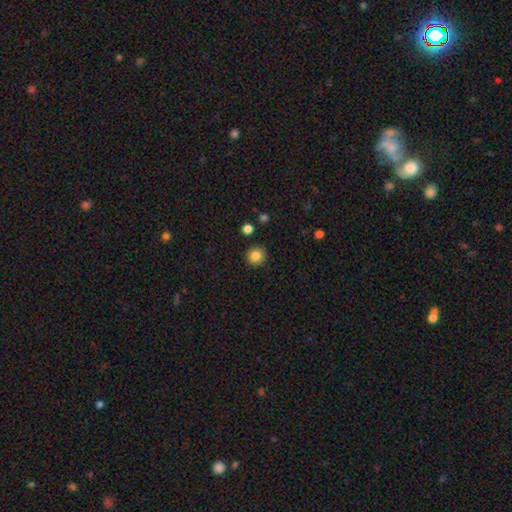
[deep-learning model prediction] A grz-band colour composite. It shows a smooth galaxy with no disk features (84%) that is round (92%). Merging: none (90%).